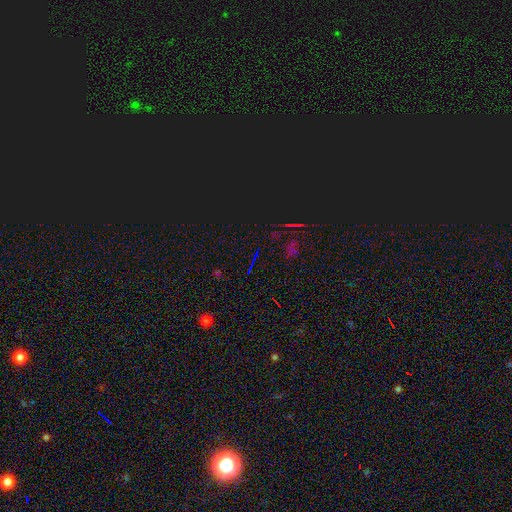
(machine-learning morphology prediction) star or artifact 80%, smooth 11%, featured or disk 10%.